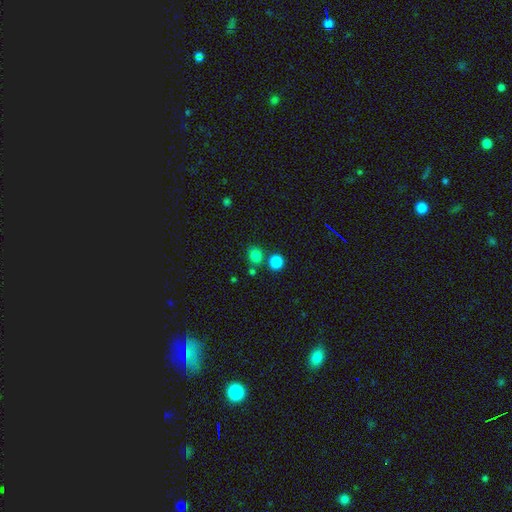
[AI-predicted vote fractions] The model was most divided on "how rounded": round: 73%, in between: 26%, cigar-shaped: 1%. More confident: smooth or featured — smooth (82%); merging — none (71%).